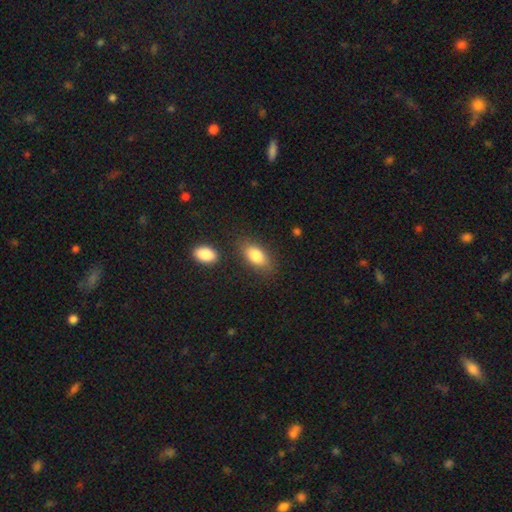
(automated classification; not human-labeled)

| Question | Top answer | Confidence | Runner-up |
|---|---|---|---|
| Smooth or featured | smooth | 83% | featured or disk (10%) |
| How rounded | in between | 89% | cigar-shaped (6%) |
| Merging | none | 79% | minor disturbance (12%) |